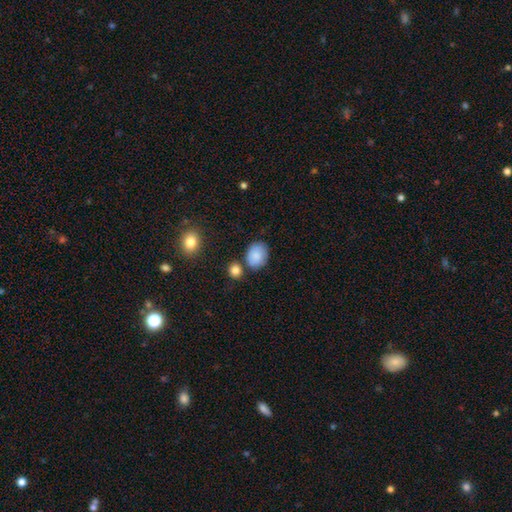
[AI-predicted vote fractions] Smooth or featured?
  - smooth: 84% *
  - featured or disk: 9%
  - star or artifact: 7%
How rounded?
  - in between: 57% *
  - round: 42%
  - cigar-shaped: 1%
Merging?
  - none: 70% *
  - minor disturbance: 17%
  - merger: 9%
  - major disturbance: 4%